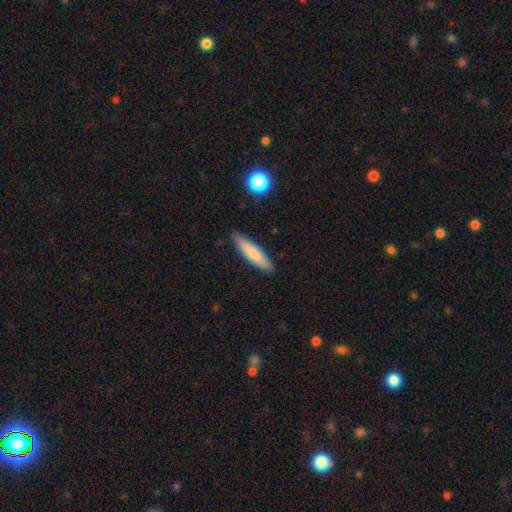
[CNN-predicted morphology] Q: Smooth or featured?
A: smooth (80%); runner-up: featured or disk (14%)
Q: How rounded?
A: cigar-shaped (78%); runner-up: in between (21%)
Q: Merging?
A: none (86%); runner-up: minor disturbance (11%)